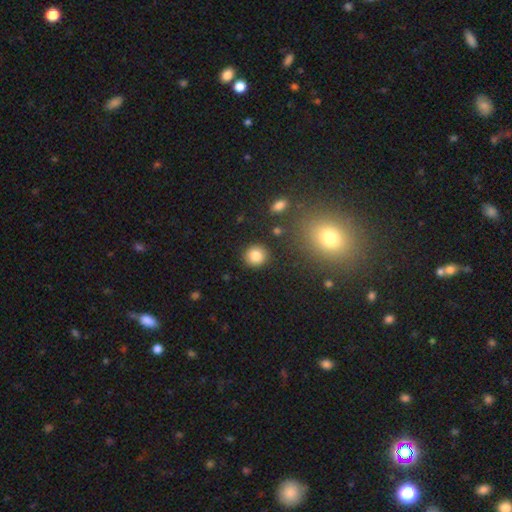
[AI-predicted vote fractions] smooth 84%, star or artifact 10%, featured or disk 6%. Down the decision tree: how rounded — round (90%); merging — none (89%).